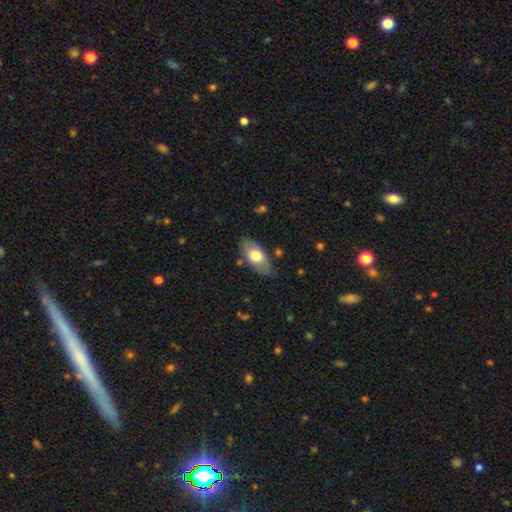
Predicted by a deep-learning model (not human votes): smooth-or-featured: smooth: 68% | featured or disk: 26% | star or artifact: 6%
  how-rounded: in between: 92% | cigar-shaped: 5% | round: 4%
  merging: none: 75% | minor disturbance: 19% | major disturbance: 4% | merger: 2%